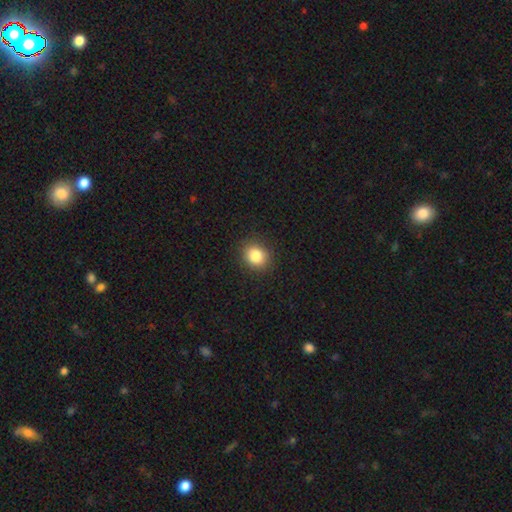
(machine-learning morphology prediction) A smooth galaxy with no disk features (84%) that is round (74%).

Vote fractions:
- Smooth or featured? smooth: 84% / star or artifact: 10% / featured or disk: 5%
- How rounded? round: 74% / in between: 25% / cigar-shaped: 1%
- Merging? none: 90% / minor disturbance: 7% / major disturbance: 2% / merger: 1%